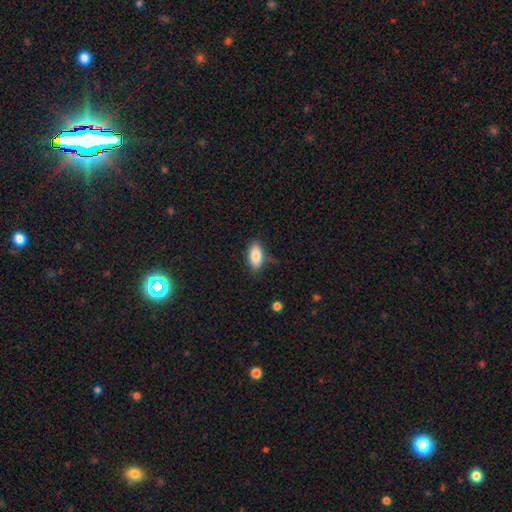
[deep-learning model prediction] This is clearly a smooth galaxy (82%). How rounded: clearly in between (88%). Merging: likely none (75%).